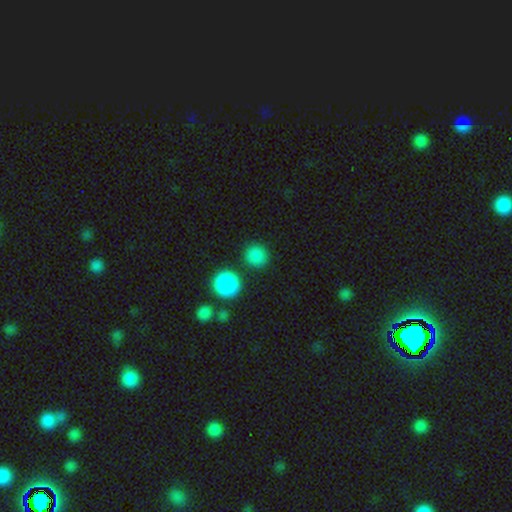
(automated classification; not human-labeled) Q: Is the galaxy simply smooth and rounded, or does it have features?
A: smooth — 85%.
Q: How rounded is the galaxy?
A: round — 91%.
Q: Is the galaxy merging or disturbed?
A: none — 84%.